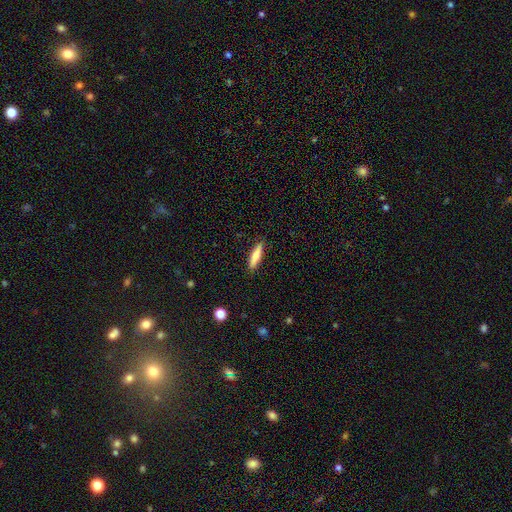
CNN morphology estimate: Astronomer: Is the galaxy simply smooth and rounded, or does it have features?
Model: smooth — 69%.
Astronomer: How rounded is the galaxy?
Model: cigar-shaped — 78%.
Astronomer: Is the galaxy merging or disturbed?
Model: none — 89%.